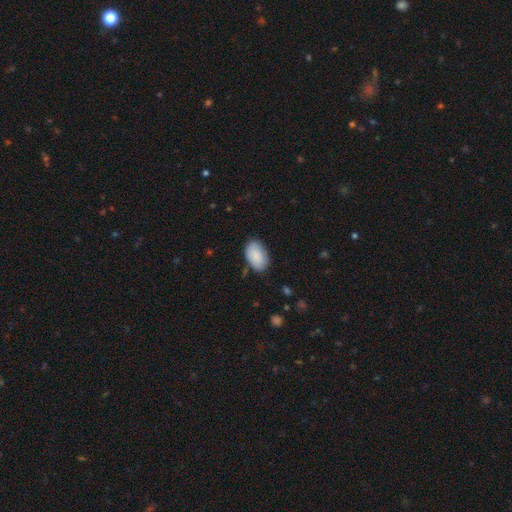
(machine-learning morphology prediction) smooth_or_featured: smooth (p=0.87) [alt: featured or disk p=0.07]
how_rounded: in between (p=0.92) [alt: round p=0.06]
merging: none (p=0.77) [alt: minor disturbance p=0.17]